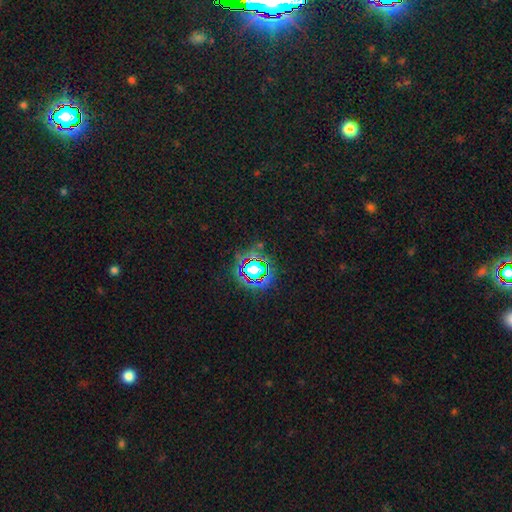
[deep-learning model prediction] A star or artifact, not a galaxy (80%).